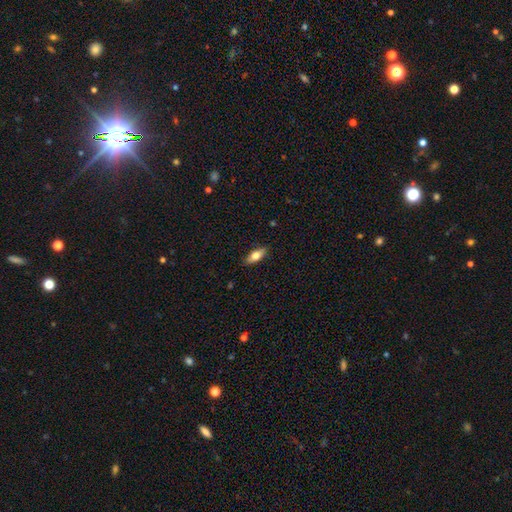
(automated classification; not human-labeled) Smooth or featured? smooth (72%)
How rounded? in between (76%)
Merging? none (88%)